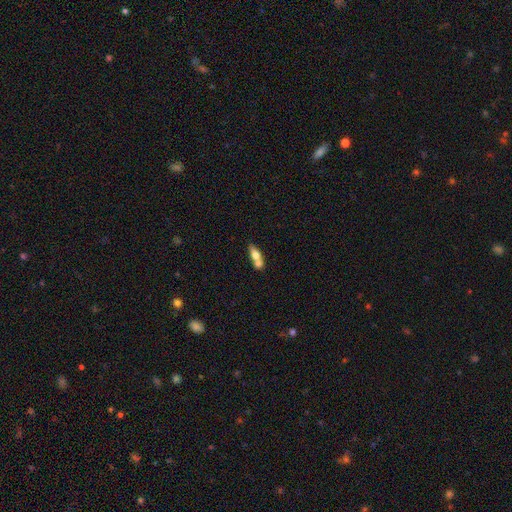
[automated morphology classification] Smooth or featured? smooth (62%)
How rounded? in between (64%)
Merging? merger (56%)